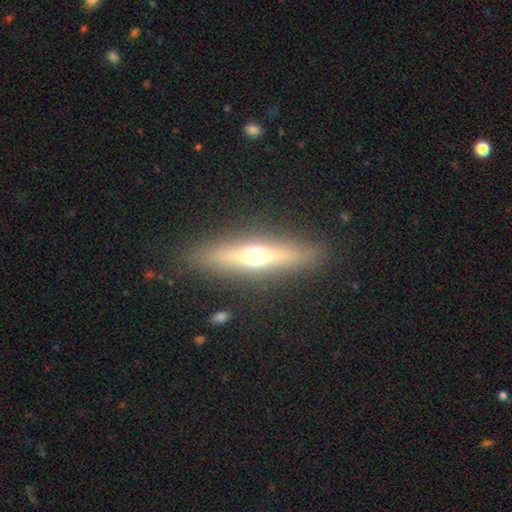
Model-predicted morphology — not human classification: A featured or disk galaxy (57%) viewed edge-on (90%) with a rounded central bulge (93%).

Vote fractions:
- Smooth or featured? featured or disk: 57% / smooth: 35% / star or artifact: 8%
- Edge-on disk? yes: 90% / no: 10%
- Edge-on bulge? rounded: 93% / none: 4% / boxy: 3%
- Merging? none: 88% / minor disturbance: 8% / major disturbance: 3% / merger: 1%